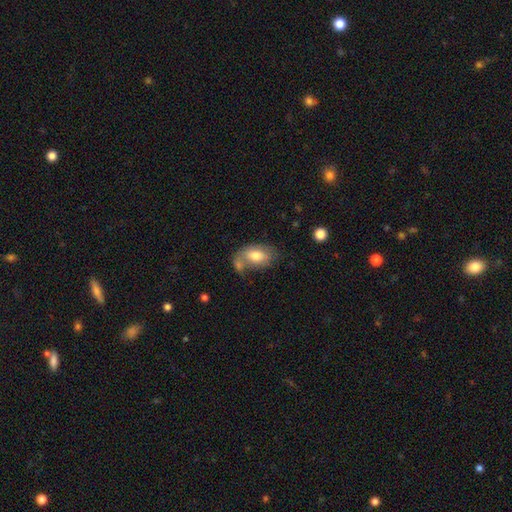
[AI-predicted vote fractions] A smooth galaxy with no disk features (72%) that is in between round and cigar-shaped (89%). Merging: none (38%).